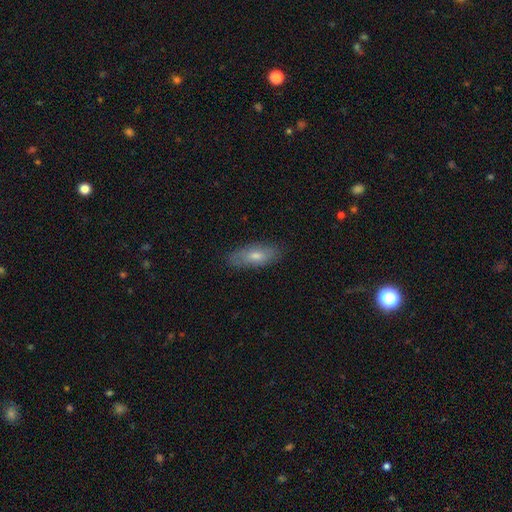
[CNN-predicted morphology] Smooth or featured: smooth — 65% (featured or disk — 28%)
How rounded: in between — 73% (cigar-shaped — 24%)
Merging: none — 83% (minor disturbance — 13%)